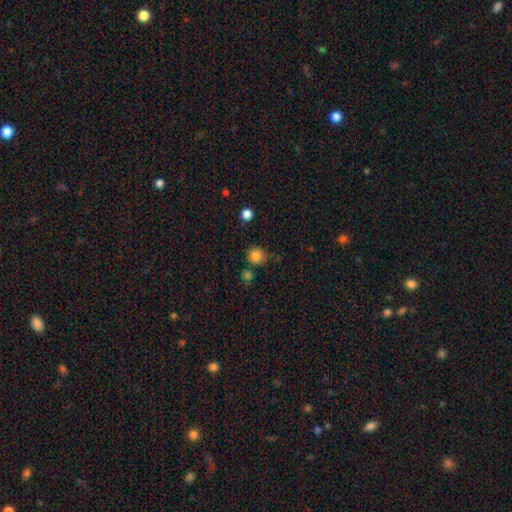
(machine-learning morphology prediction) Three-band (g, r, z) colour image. It shows a smooth galaxy with no disk features (84%) that is round (86%). Merging: none (74%).